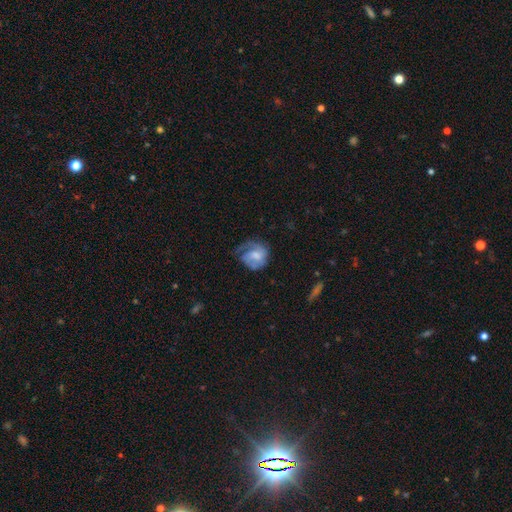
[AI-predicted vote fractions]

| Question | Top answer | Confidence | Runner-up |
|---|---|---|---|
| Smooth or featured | featured or disk | 63% | smooth (31%) |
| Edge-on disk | no | 98% | yes (2%) |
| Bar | no | 50% | weak (41%) |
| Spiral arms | yes | 86% | no (14%) |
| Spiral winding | tight | 42% | medium (38%) |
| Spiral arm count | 1 | 44% | 2 (33%) |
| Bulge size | moderate | 42% | small (26%) |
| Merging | none | 48% | minor disturbance (25%) |